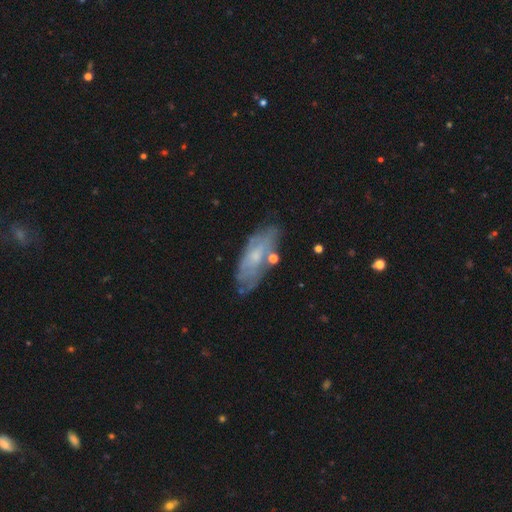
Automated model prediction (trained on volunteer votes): featured or disk 52%, smooth 41%, star or artifact 7%. Down the decision tree: edge-on disk — no (81%); merging — none (67%).